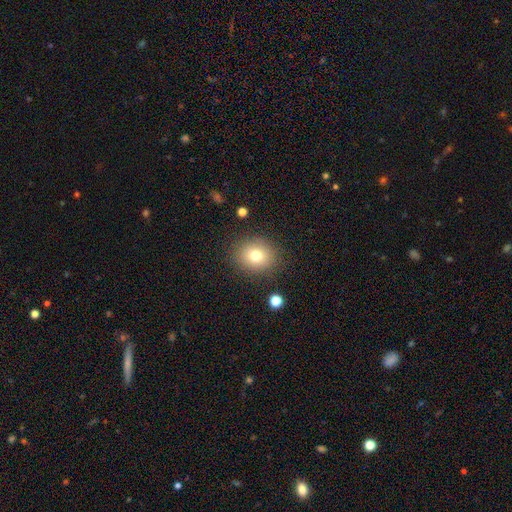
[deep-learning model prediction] Morphology: type=smooth (75%); roundness=round (71%); merging=none (86%).